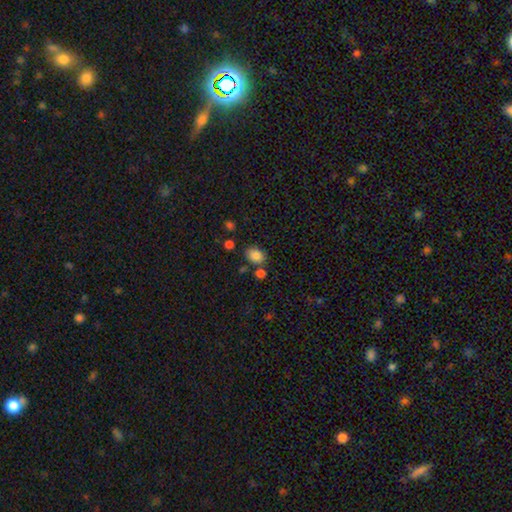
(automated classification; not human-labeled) Overall: smooth (85%). How rounded: in between (71%). Merging: none (71%).